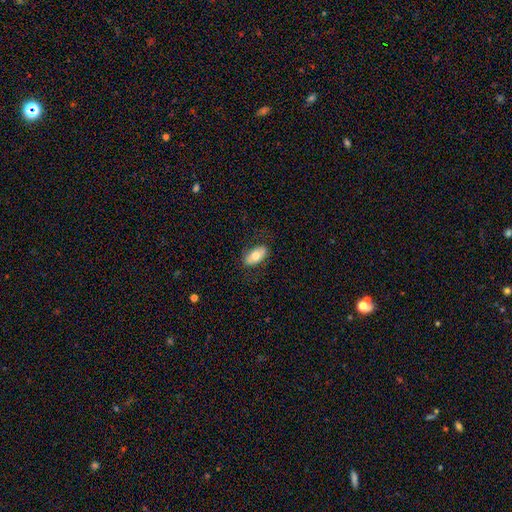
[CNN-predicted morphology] smooth-or-featured: smooth: 68% | featured or disk: 26% | star or artifact: 6%
  how-rounded: in between: 91% | cigar-shaped: 5% | round: 4%
  merging: none: 82% | minor disturbance: 13% | major disturbance: 4% | merger: 1%